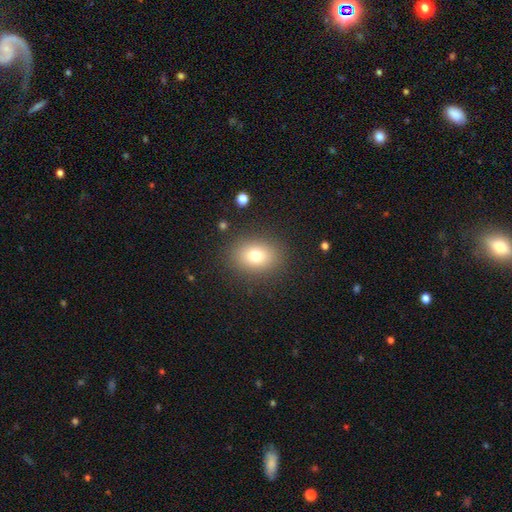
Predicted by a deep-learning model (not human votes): The model was most divided on "how rounded": in between: 52%, round: 47%, cigar-shaped: 1%. More confident: merging — none (87%); smooth or featured — smooth (77%).